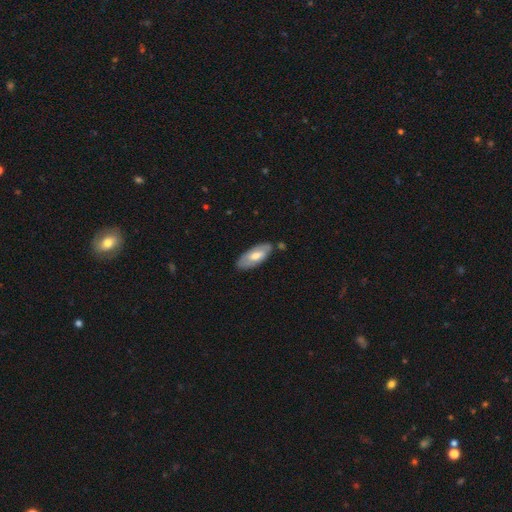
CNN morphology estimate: Smooth or featured? smooth (52%)
How rounded? in between (83%)
Merging? none (77%)